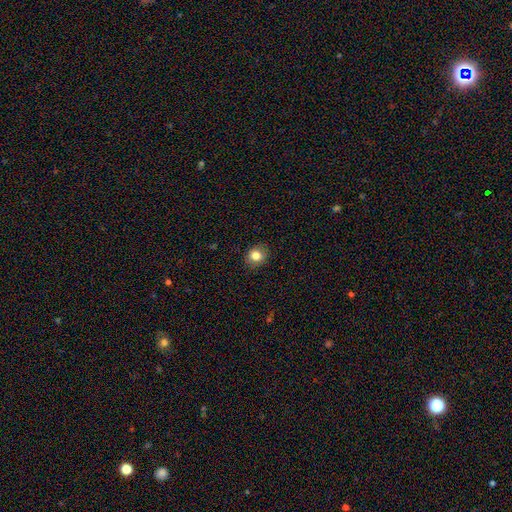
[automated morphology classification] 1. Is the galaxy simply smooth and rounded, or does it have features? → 82% smooth, 10% star or artifact, 8% featured or disk.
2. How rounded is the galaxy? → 68% round, 31% in between, 1% cigar-shaped.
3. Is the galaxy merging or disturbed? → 87% none, 10% minor disturbance, 2% major disturbance, 1% merger.